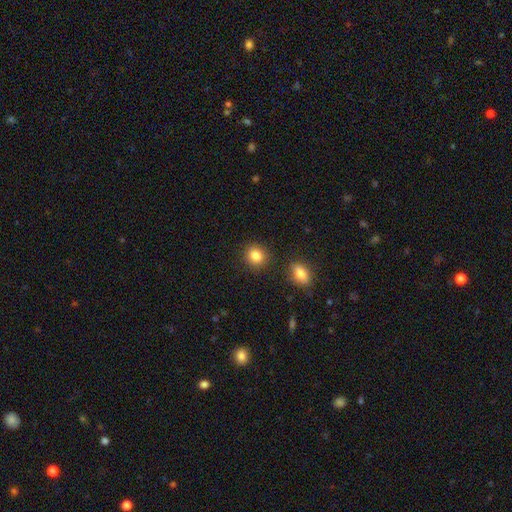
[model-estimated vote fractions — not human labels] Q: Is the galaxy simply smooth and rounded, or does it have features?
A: smooth — 85%.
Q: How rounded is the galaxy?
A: round — 84%.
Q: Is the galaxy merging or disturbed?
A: none — 87%.